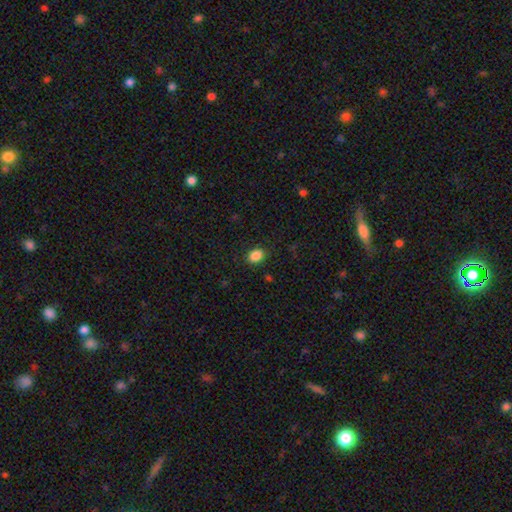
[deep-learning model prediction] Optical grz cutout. It shows a smooth galaxy with no disk features (87%) that is in between round and cigar-shaped (67%). Merging: none (89%).